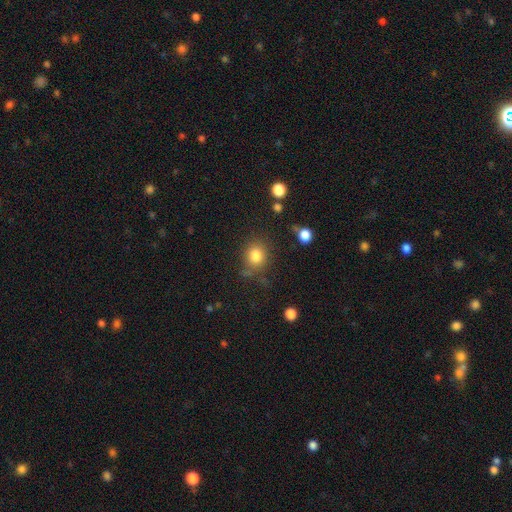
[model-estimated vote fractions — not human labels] Overall: smooth (81%). How rounded: round (74%). Merging: none (73%).